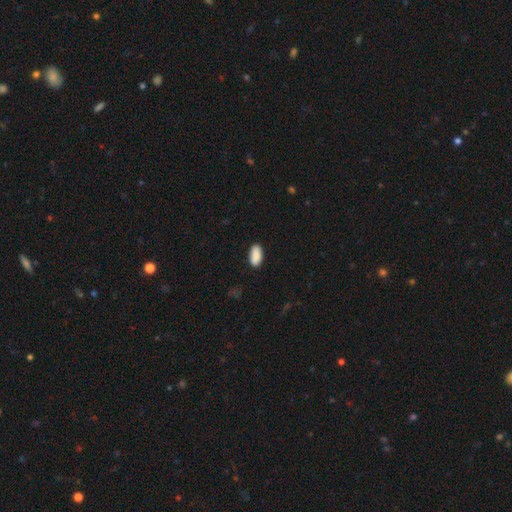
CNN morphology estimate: Smooth or featured: smooth — 90% (star or artifact — 6%)
How rounded: in between — 92% (cigar-shaped — 6%)
Merging: none — 87% (minor disturbance — 10%)